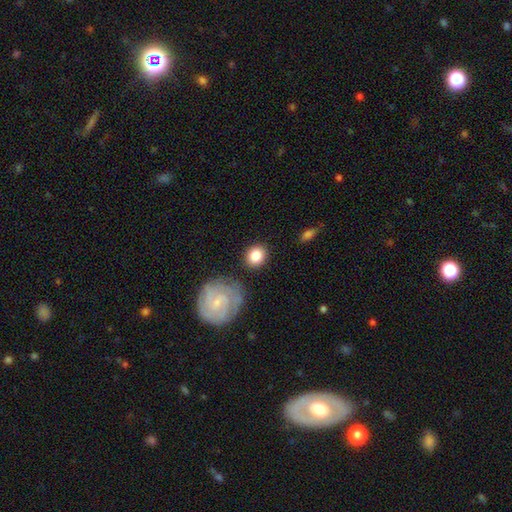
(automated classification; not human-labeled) Morphology: type=smooth (82%); roundness=round (78%); merging=none (81%).